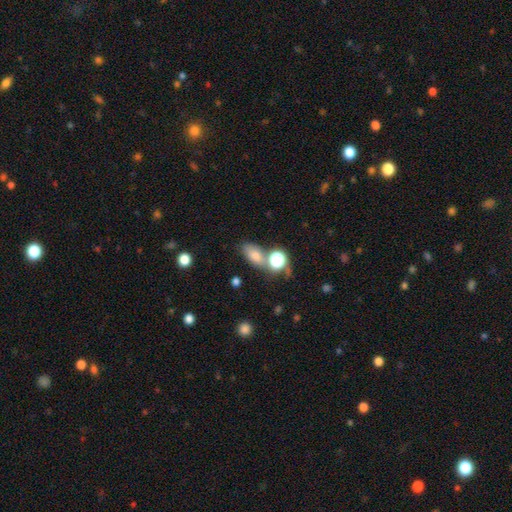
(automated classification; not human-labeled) This is likely a smooth galaxy (74%). How rounded: likely in between (79%). Merging: possibly none (53%).